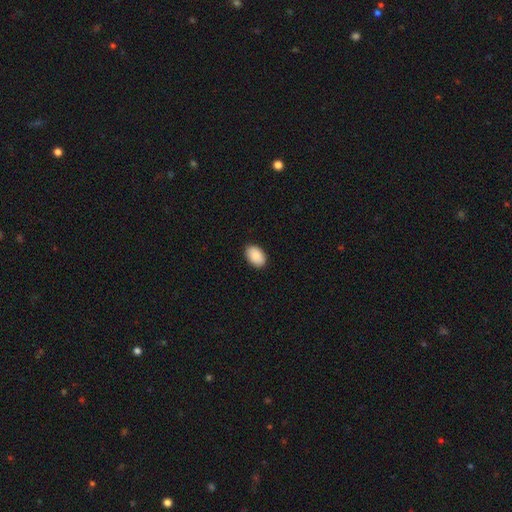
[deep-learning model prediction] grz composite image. It shows a smooth galaxy with no disk features (90%) that is in between round and cigar-shaped (91%). Merging: none (90%).